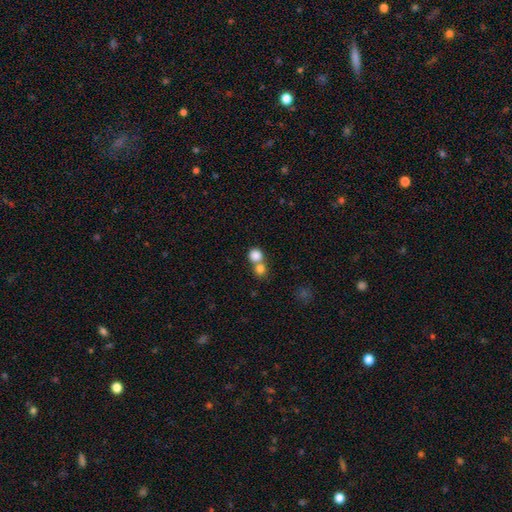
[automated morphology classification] type=smooth (83%); roundness=round (86%); merging=merger (47%).